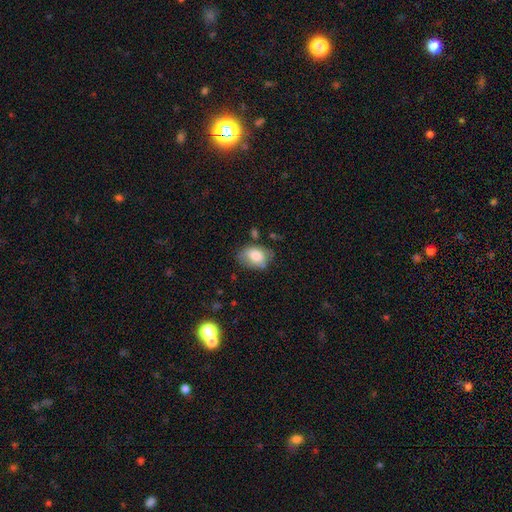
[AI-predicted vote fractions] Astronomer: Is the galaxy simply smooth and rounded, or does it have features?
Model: smooth — 77%.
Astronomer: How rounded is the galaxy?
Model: in between — 79%.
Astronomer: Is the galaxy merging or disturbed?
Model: none — 57%.